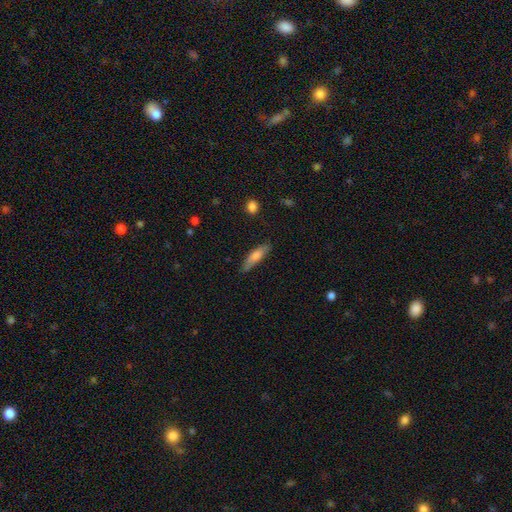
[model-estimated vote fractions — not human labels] Overall: smooth (70%). How rounded: cigar-shaped (69%; in between 29%). Merging: none (75%).